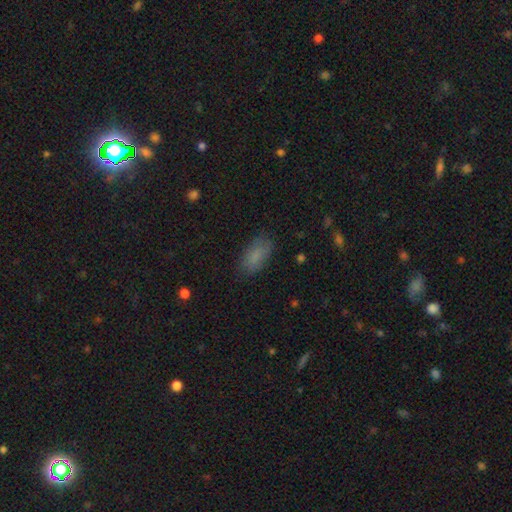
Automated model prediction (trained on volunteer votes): This appears to be a smooth galaxy with no disk features (82%) that is in between round and cigar-shaped (89%). Merging: none (78%).